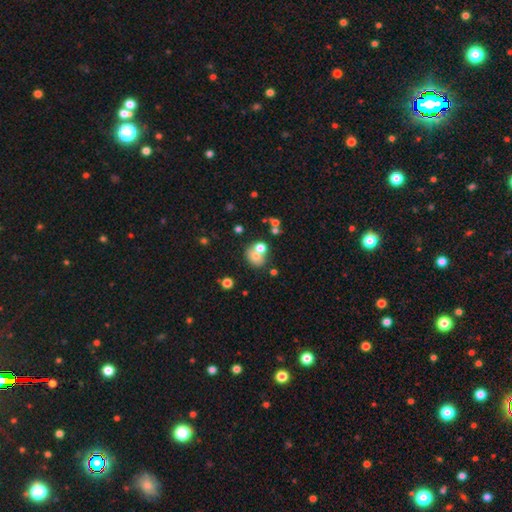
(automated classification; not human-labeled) Smooth or featured? smooth (68%)
How rounded? round (63%)
Merging? none (43%)